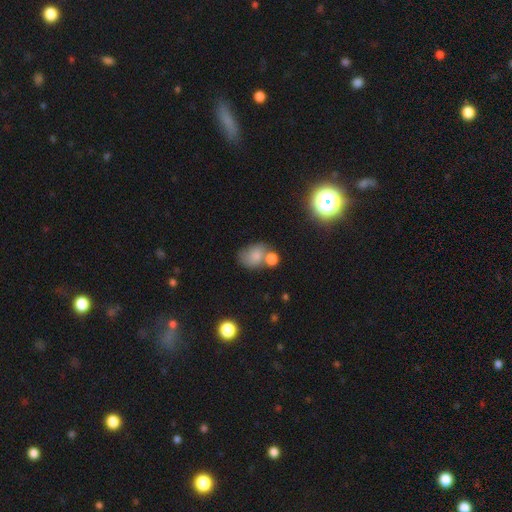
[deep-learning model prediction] smooth_or_featured: smooth (p=0.77) [alt: star or artifact p=0.12]
how_rounded: in between (p=0.64) [alt: round p=0.34]
merging: none (p=0.41) [alt: merger p=0.34]